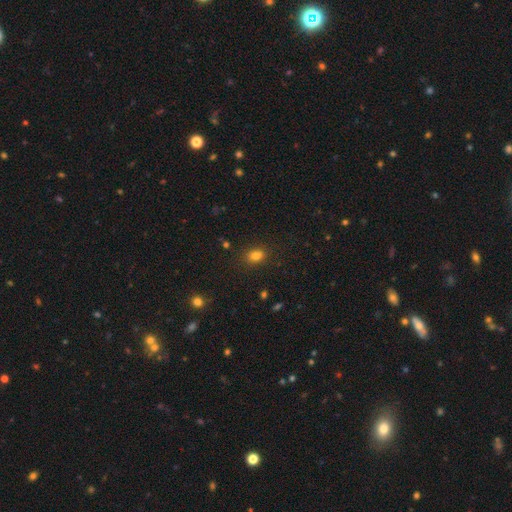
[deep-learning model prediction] smooth 77%, star or artifact 16%, featured or disk 8%. Down the decision tree: how rounded — in between (62%); merging — none (68%).